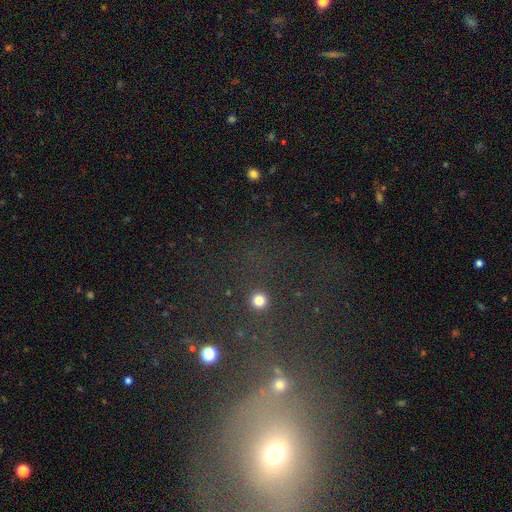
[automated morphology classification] Smooth or featured?
  - star or artifact: 58% *
  - smooth: 28%
  - featured or disk: 14%